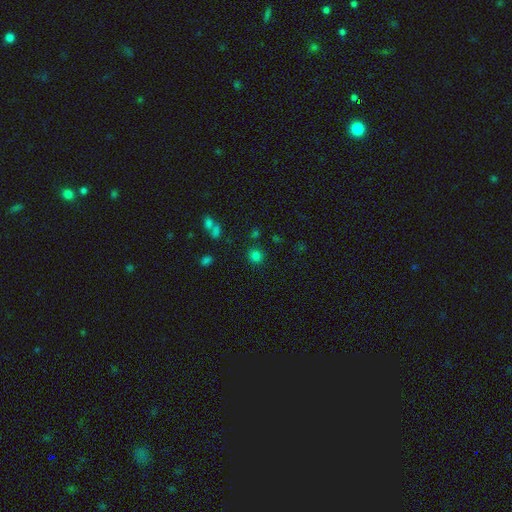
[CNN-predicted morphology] Smooth or featured: smooth — 78% (star or artifact — 16%)
How rounded: round — 89% (in between — 10%)
Merging: none — 85% (minor disturbance — 7%)